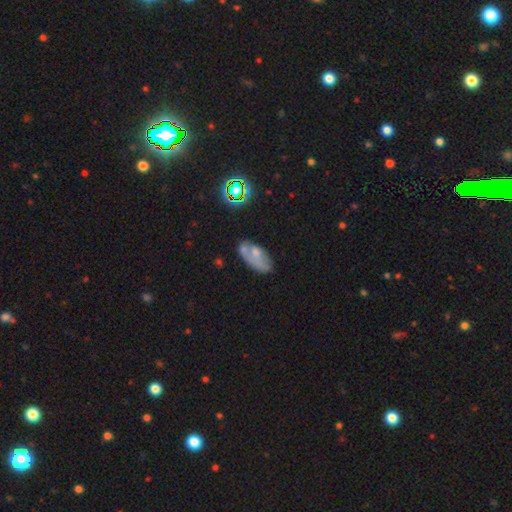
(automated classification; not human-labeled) Smooth or featured: smooth — 55% (featured or disk — 33%)
How rounded: in between — 91% (cigar-shaped — 5%)
Merging: none — 43% (minor disturbance — 28%)